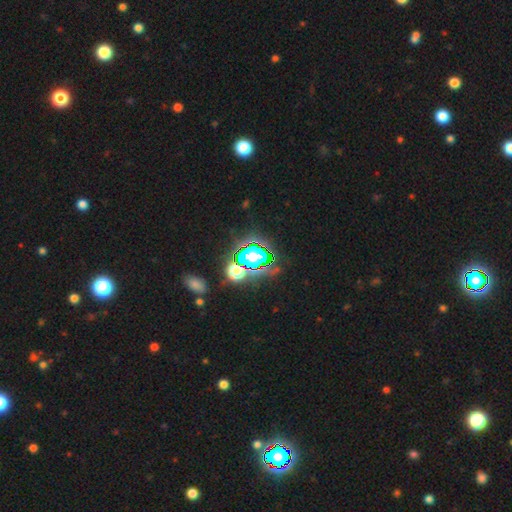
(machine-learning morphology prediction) Smooth or featured? Predicted: star or artifact (p=0.67).